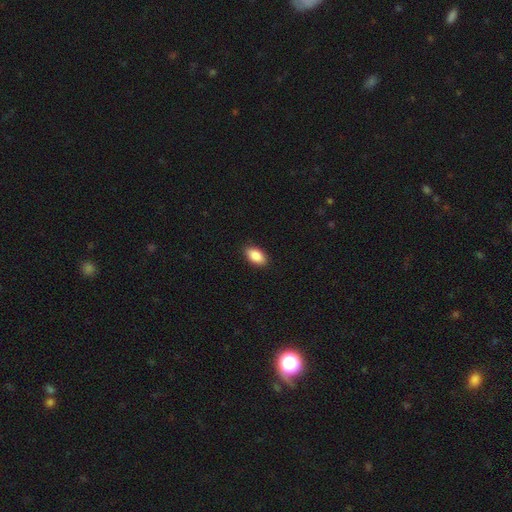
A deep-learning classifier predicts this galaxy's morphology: smooth_or_featured: smooth (p=0.88) [alt: star or artifact p=0.07]
how_rounded: in between (p=0.93) [alt: round p=0.04]
merging: none (p=0.89) [alt: minor disturbance p=0.08]